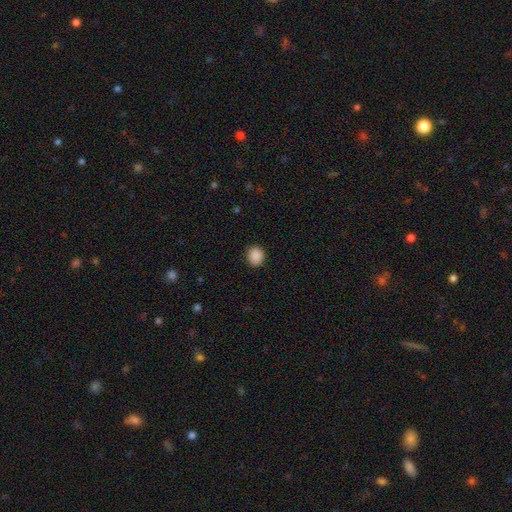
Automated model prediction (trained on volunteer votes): Morphology: type=smooth (89%); roundness=round (75%); merging=none (90%).